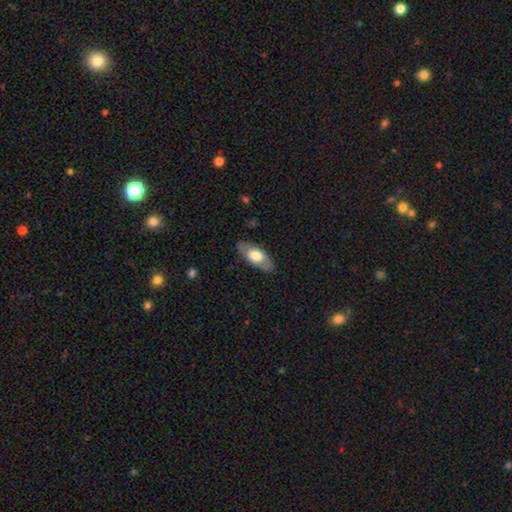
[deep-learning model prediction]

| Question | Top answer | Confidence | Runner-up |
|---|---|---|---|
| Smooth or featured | smooth | 58% | featured or disk (36%) |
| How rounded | in between | 87% | cigar-shaped (10%) |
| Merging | none | 83% | minor disturbance (13%) |